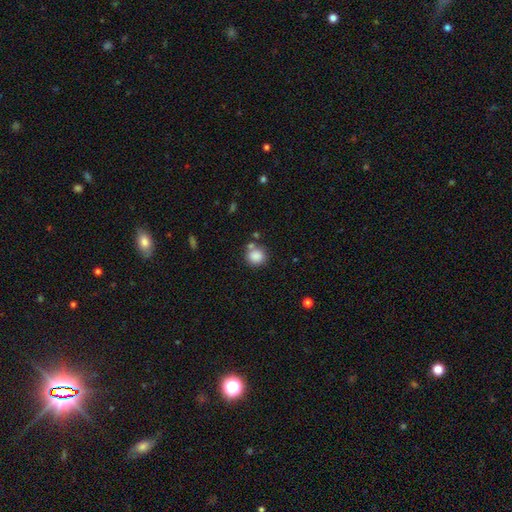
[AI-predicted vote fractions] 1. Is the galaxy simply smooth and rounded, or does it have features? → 85% smooth, 9% star or artifact, 5% featured or disk.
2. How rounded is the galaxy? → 85% round, 14% in between, 1% cigar-shaped.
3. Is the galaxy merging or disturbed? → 67% none, 16% merger, 13% minor disturbance, 5% major disturbance.